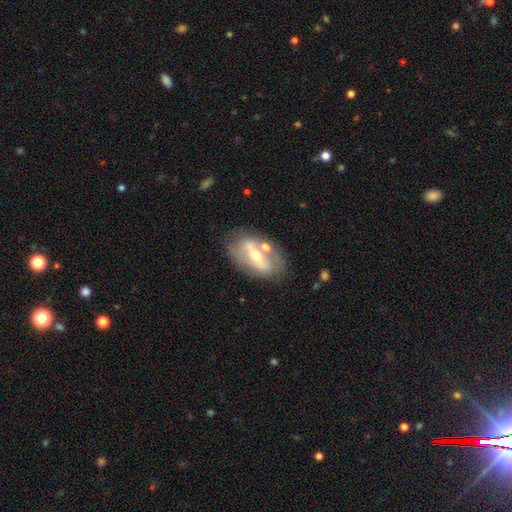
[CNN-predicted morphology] The model was most divided on "spiral arms": no: 55%, yes: 45%. More confident: edge-on disk — no (85%); smooth or featured — featured or disk (71%); merging — none (66%); bar — strong (59%); bulge size — moderate (57%).